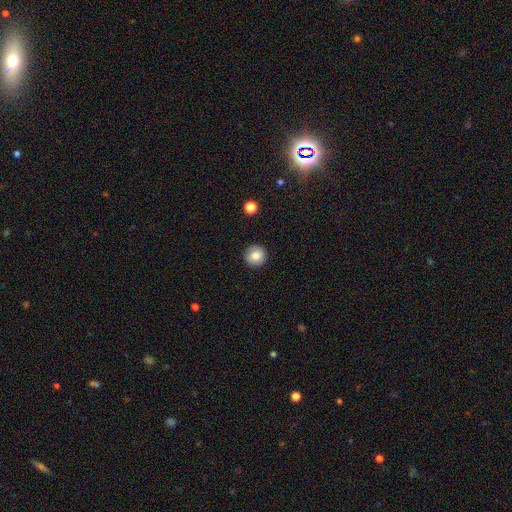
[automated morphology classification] type=smooth (82%); roundness=round (95%); merging=none (91%).